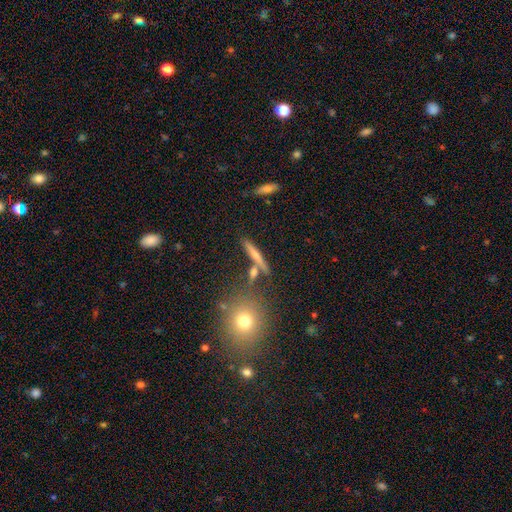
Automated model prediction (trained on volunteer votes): Q: Smooth or featured?
A: smooth (52%); runner-up: featured or disk (35%)
Q: How rounded?
A: cigar-shaped (78%); runner-up: in between (12%)
Q: Merging?
A: none (71%); runner-up: merger (15%)